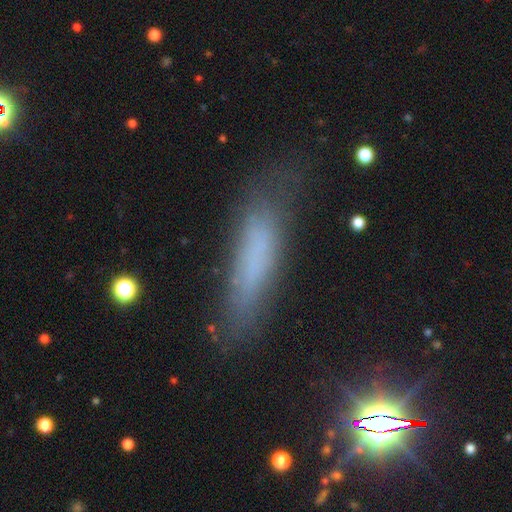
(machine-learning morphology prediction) Smooth or featured: smooth — 58% (featured or disk — 25%)
How rounded: cigar-shaped — 73% (in between — 25%)
Merging: none — 70% (minor disturbance — 20%)